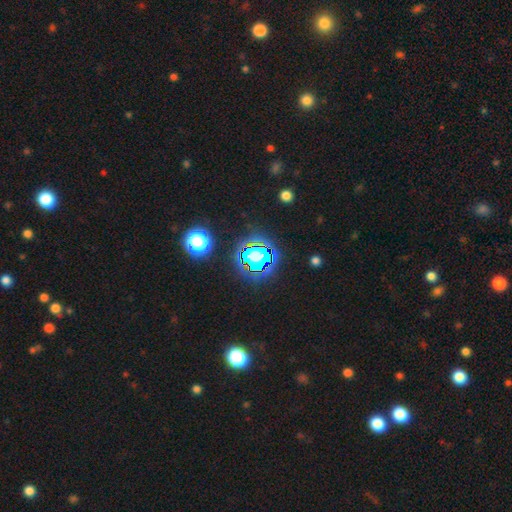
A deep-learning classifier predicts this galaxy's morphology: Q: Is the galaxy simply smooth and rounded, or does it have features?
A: star or artifact — 62%.